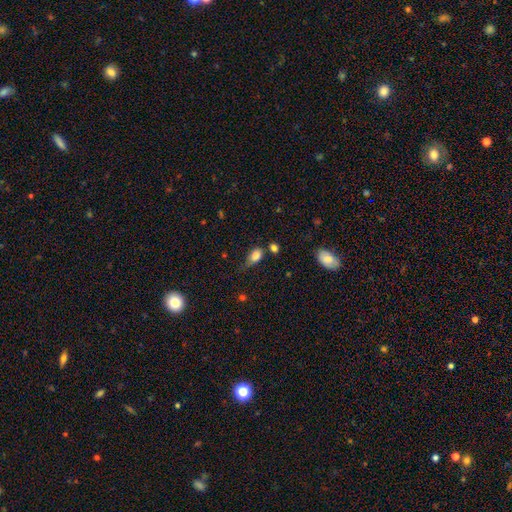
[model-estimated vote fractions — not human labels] This appears to be a smooth galaxy with no disk features (83%) that is in between round and cigar-shaped (82%). Merging: minor disturbance (38%).